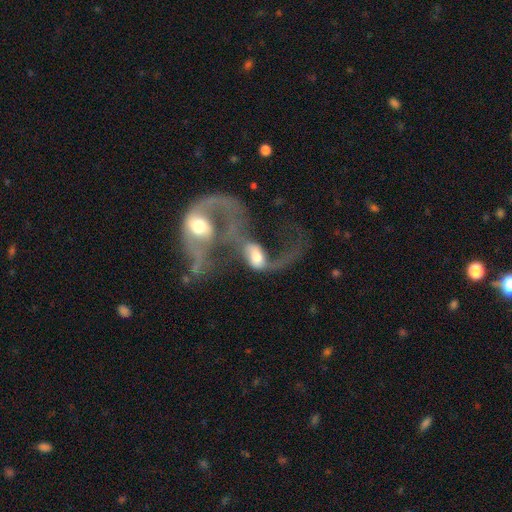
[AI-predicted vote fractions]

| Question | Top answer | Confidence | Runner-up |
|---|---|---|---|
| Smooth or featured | featured or disk | 62% | smooth (29%) |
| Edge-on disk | no | 94% | yes (6%) |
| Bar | no | 56% | weak (30%) |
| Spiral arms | yes | 71% | no (29%) |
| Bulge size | moderate | 45% | large (31%) |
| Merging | merger | 72% | major disturbance (17%) |